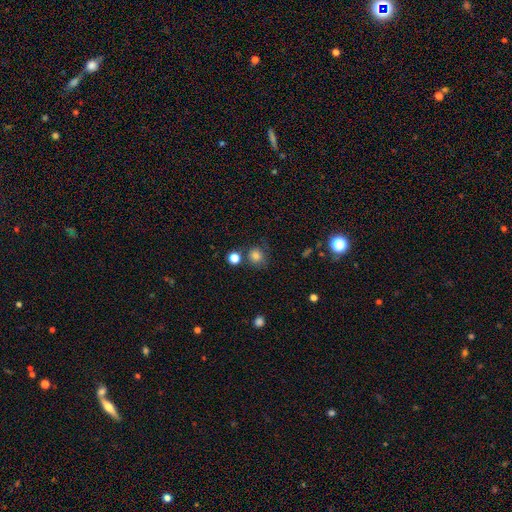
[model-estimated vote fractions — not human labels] smooth-or-featured: smooth: 79% | star or artifact: 13% | featured or disk: 7%
  how-rounded: round: 86% | in between: 13% | cigar-shaped: 1%
  merging: none: 69% | minor disturbance: 15% | merger: 10% | major disturbance: 6%